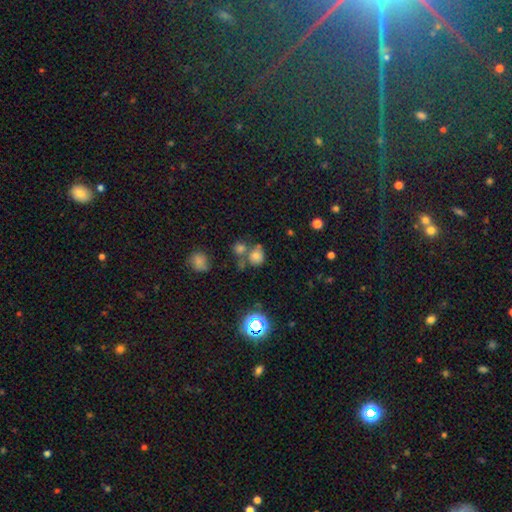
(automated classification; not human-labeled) Smooth or featured? smooth (71%)
How rounded? round (76%)
Merging? none (49%)